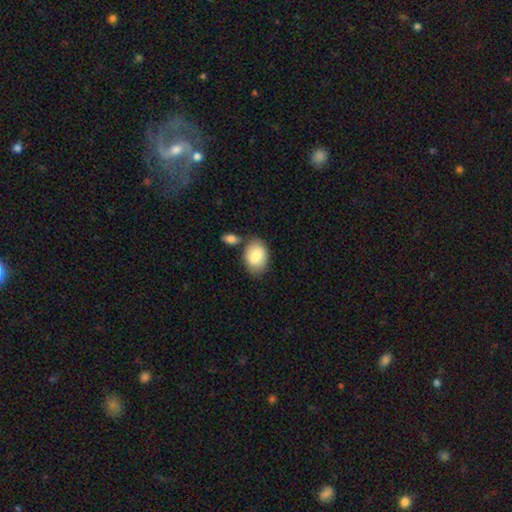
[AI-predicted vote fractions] Smooth or featured: smooth — 82% (featured or disk — 12%)
How rounded: in between — 85% (round — 14%)
Merging: none — 68% (minor disturbance — 16%)